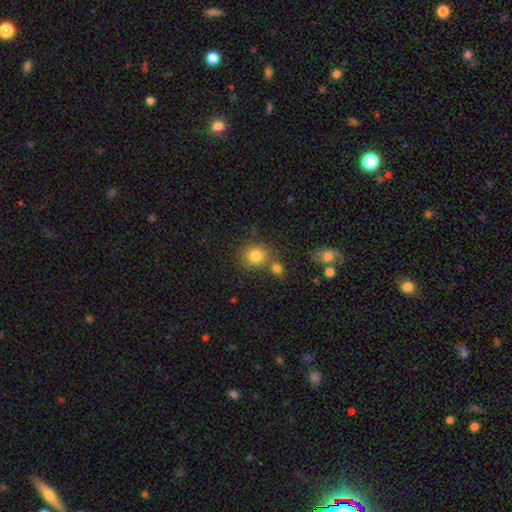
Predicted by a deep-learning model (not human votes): The model was most divided on "merging": none: 68%, merger: 18%, minor disturbance: 11%, major disturbance: 4%. More confident: how rounded — round (83%); smooth or featured — smooth (81%).